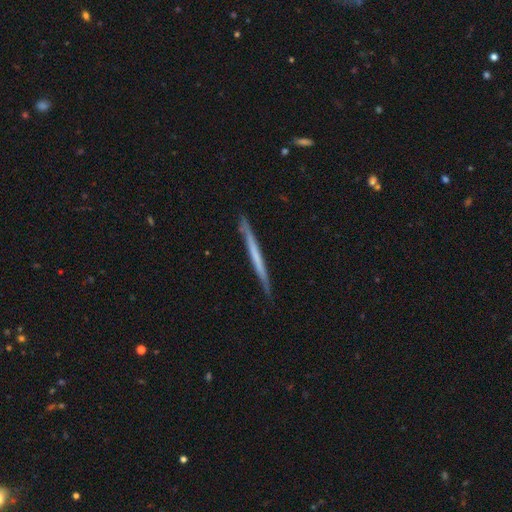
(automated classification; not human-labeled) A featured or disk galaxy (51%) viewed edge-on (96%). Merging: none (88%).